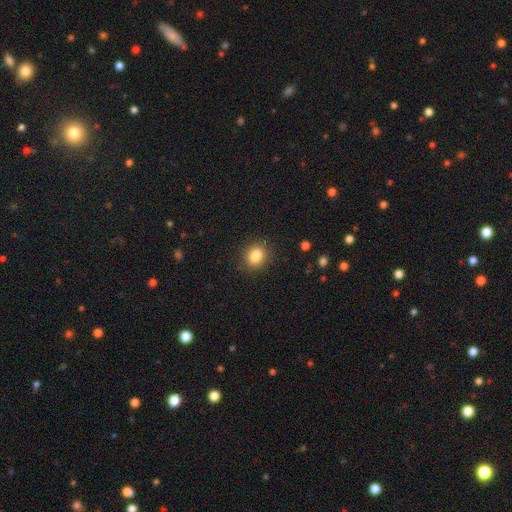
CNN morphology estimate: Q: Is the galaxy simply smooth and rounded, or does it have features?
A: smooth — 84%.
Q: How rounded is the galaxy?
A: round — 55%.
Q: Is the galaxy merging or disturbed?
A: none — 88%.